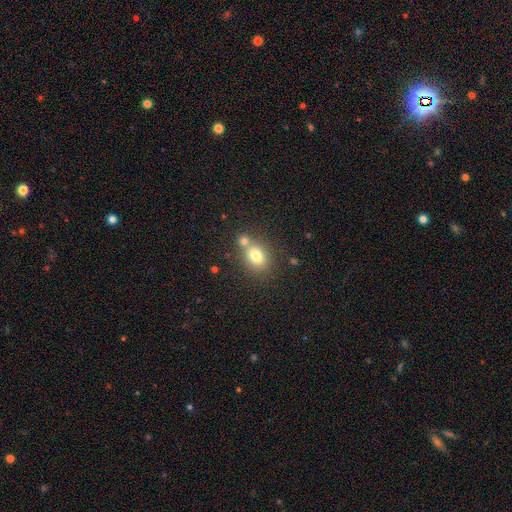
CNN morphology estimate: This appears to be a smooth galaxy with no disk features (76%) that is in between round and cigar-shaped (62%). Merging: none (51%).